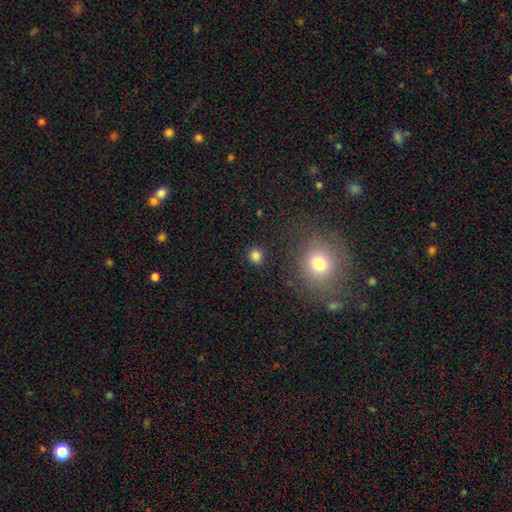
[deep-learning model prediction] A smooth galaxy with no disk features (82%) that is round (85%). Merging: none (89%).